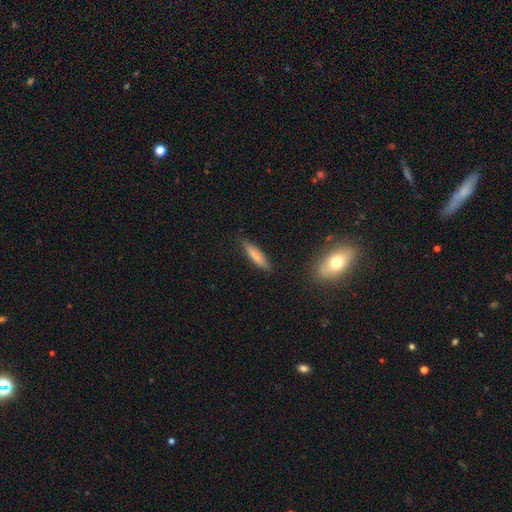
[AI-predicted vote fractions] Smooth or featured? smooth (76%)
How rounded? cigar-shaped (73%)
Merging? none (83%)